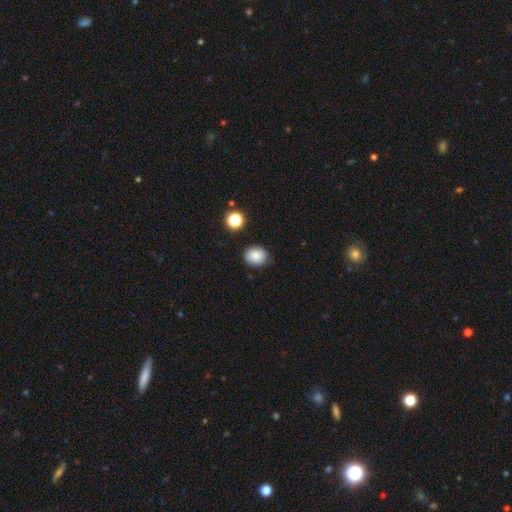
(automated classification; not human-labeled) This is clearly a smooth galaxy (82%). How rounded: possibly round (54%). Merging: likely none (76%).